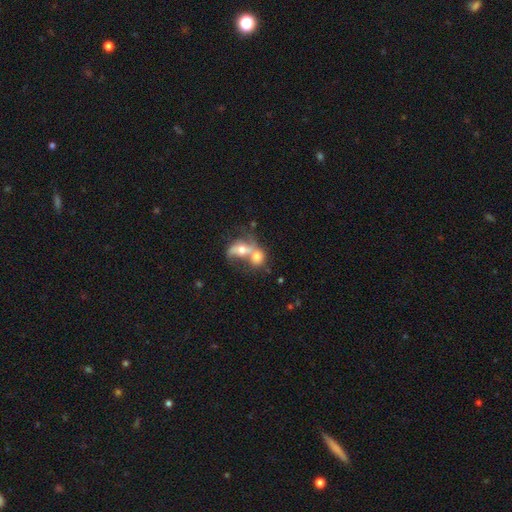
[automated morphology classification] Smooth or featured: smooth — 45% (tied with featured or disk — 45%)
Merging: merger — 75% (none — 13%)